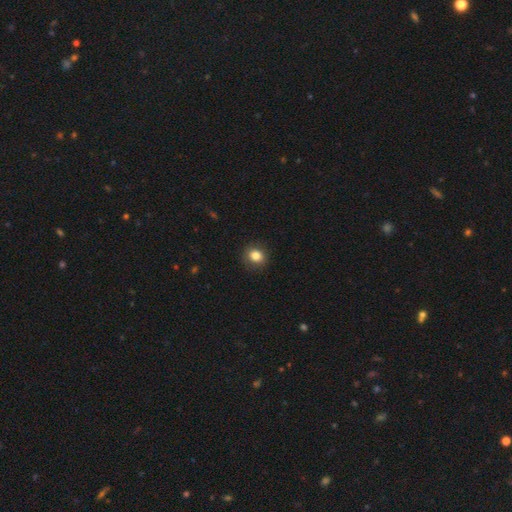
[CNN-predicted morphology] Q: Smooth or featured?
A: smooth (84%); runner-up: star or artifact (10%)
Q: How rounded?
A: round (74%); runner-up: in between (25%)
Q: Merging?
A: none (89%); runner-up: minor disturbance (8%)